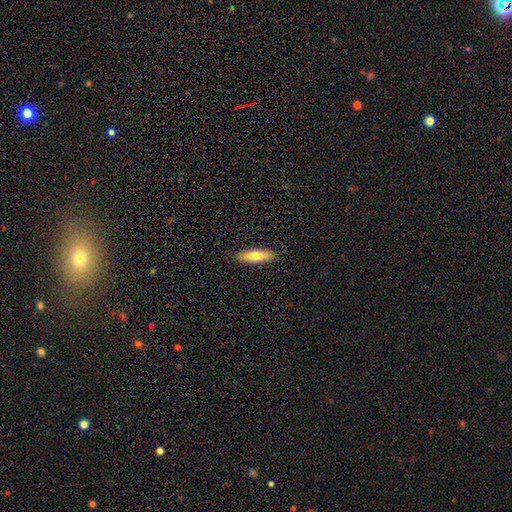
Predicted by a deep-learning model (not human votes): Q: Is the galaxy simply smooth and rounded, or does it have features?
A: smooth — 69%.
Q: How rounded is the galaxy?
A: cigar-shaped — 60%.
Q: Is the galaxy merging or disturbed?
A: none — 89%.